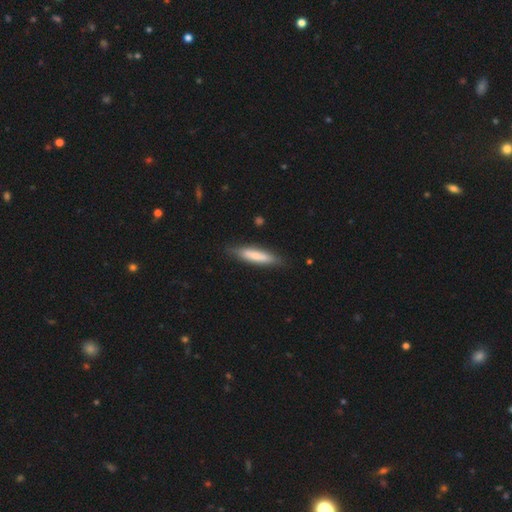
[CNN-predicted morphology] Smooth or featured? Predicted: smooth (p=0.74). How rounded? Predicted: cigar-shaped (p=0.79). Merging? Predicted: none (p=0.81).